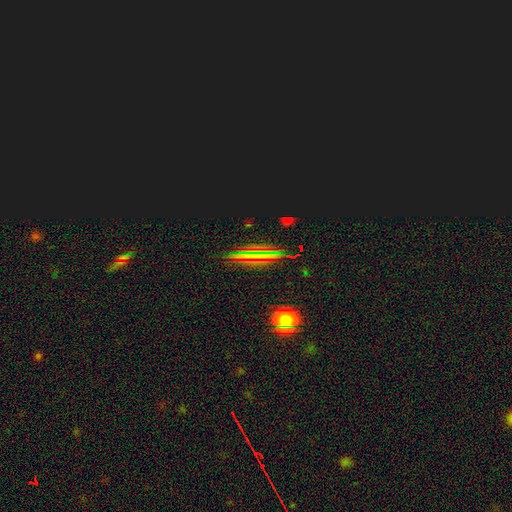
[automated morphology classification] smooth_or_featured: star or artifact (p=0.61) [alt: smooth p=0.22]